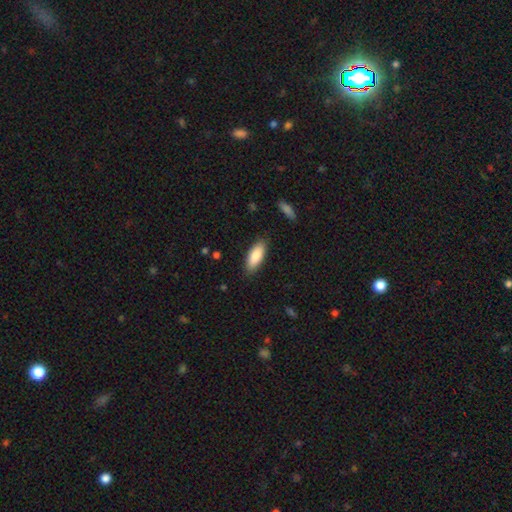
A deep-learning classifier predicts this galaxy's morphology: Smooth or featured: smooth — 85% (featured or disk — 10%)
How rounded: in between — 76% (cigar-shaped — 22%)
Merging: none — 86% (minor disturbance — 10%)